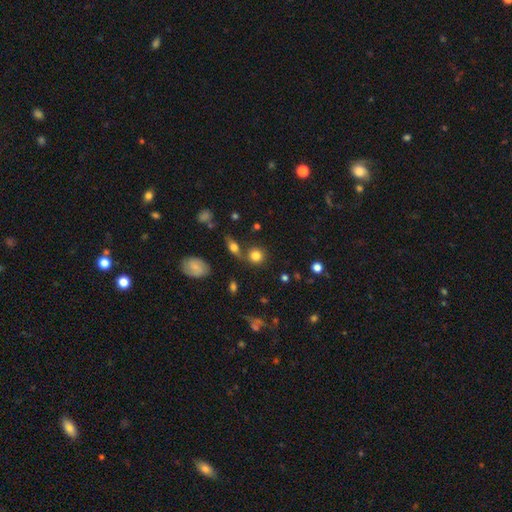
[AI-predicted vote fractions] Smooth or featured: smooth — 80% (star or artifact — 11%)
How rounded: round — 87% (in between — 11%)
Merging: none — 69% (merger — 16%)